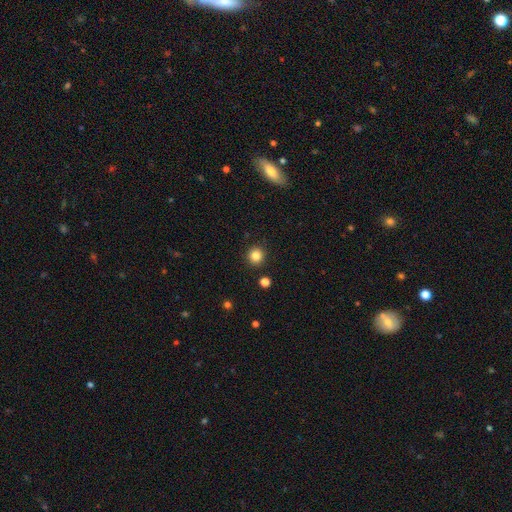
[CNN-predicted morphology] smooth 84%, star or artifact 11%, featured or disk 5%. Down the decision tree: how rounded — round (94%); merging — none (91%).